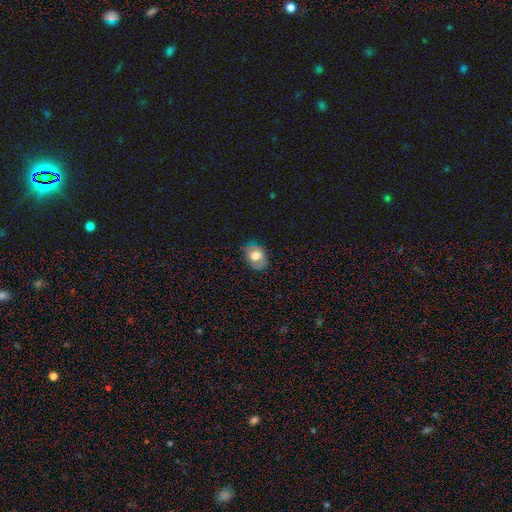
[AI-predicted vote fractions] A smooth galaxy with no disk features (63%) that is in between round and cigar-shaped (71%). Merging: none (75%).